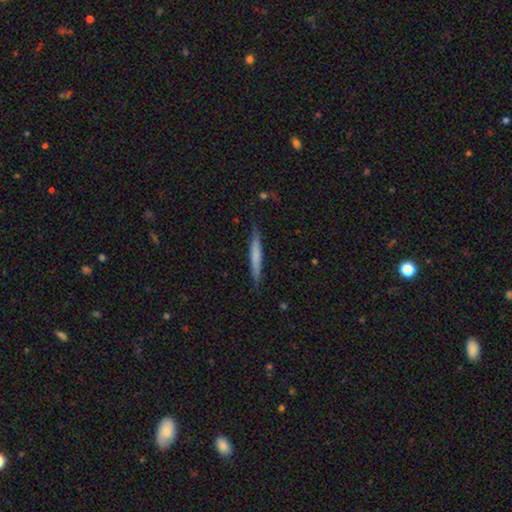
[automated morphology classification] Smooth or featured: smooth — 59% (featured or disk — 36%)
How rounded: cigar-shaped — 96% (in between — 3%)
Merging: none — 87% (minor disturbance — 10%)